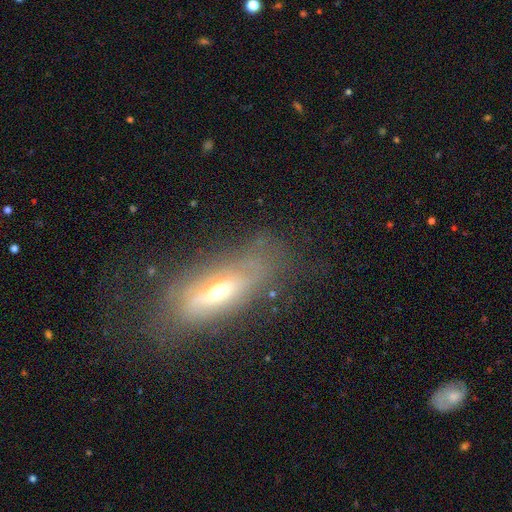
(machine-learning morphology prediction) A featured or disk galaxy (56%). Merging: none (58%).